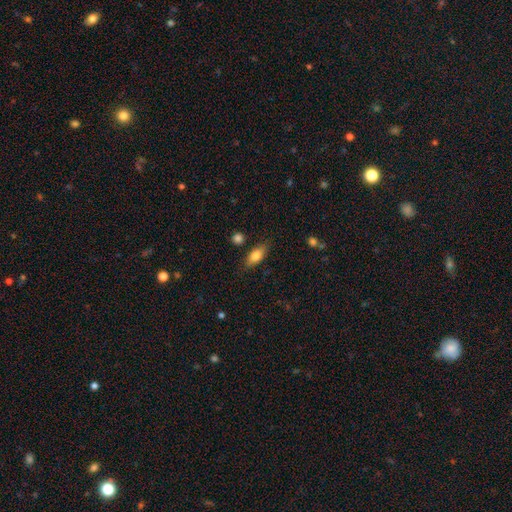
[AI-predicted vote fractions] Smooth or featured? Predicted: smooth (p=0.76). How rounded? Predicted: in between (p=0.77). Merging? Predicted: none (p=0.81).